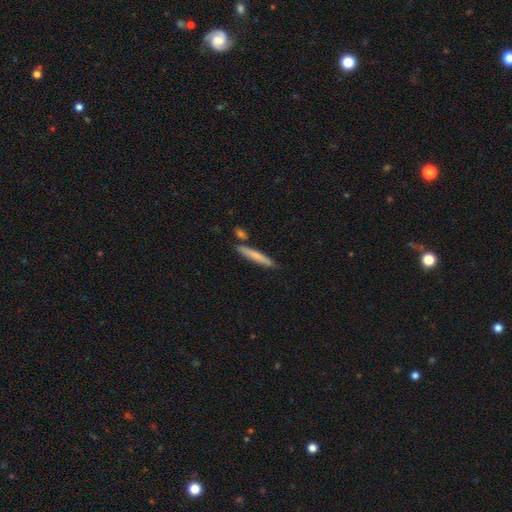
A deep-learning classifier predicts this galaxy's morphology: type=smooth (70%); roundness=cigar-shaped (94%); merging=none (81%).